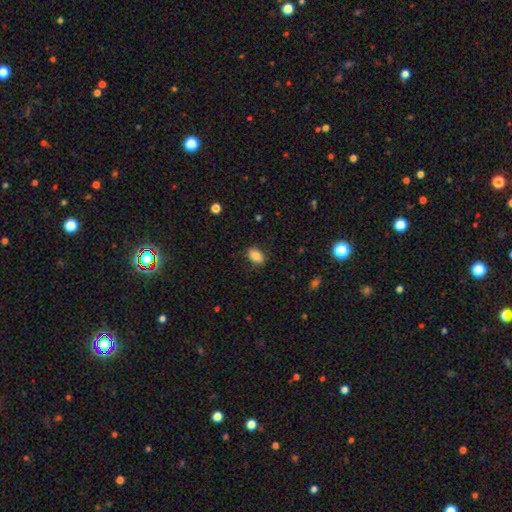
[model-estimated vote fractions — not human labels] This is clearly a smooth galaxy (85%). How rounded: clearly in between (86%). Merging: clearly none (85%).